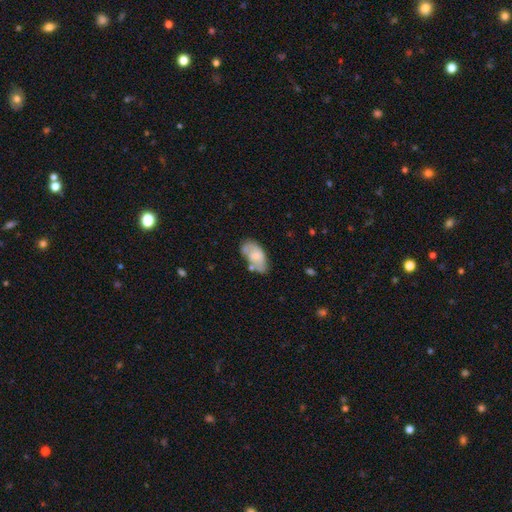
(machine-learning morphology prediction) Smooth or featured? Predicted: smooth (p=0.56). How rounded? Predicted: in between (p=0.93). Merging? Predicted: none (p=0.49).